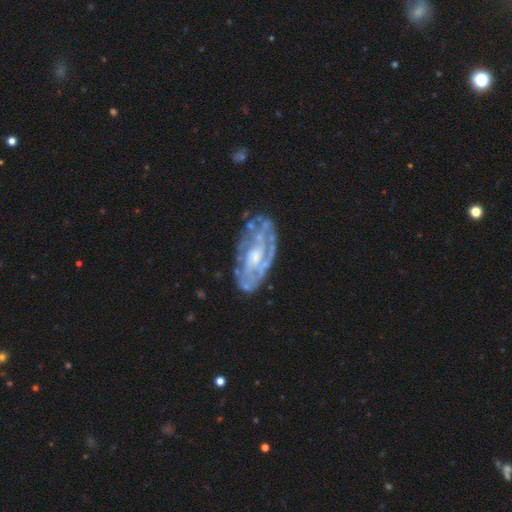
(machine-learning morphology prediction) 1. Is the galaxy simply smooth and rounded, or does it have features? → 78% featured or disk, 13% smooth, 9% star or artifact.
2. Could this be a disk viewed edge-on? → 91% no, 9% yes.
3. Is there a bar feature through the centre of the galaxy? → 54% no, 34% weak, 12% strong.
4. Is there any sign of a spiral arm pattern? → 78% yes, 22% no.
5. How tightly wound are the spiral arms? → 59% tight, 31% medium, 10% loose.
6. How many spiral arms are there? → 50% can't tell, 22% 2, 12% 3, 6% 4, 5% 1, 4% more than 4.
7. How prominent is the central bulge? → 53% moderate, 30% small, 8% none, 7% large, 2% dominant.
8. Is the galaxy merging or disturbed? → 70% none, 18% minor disturbance, 9% major disturbance, 3% merger.